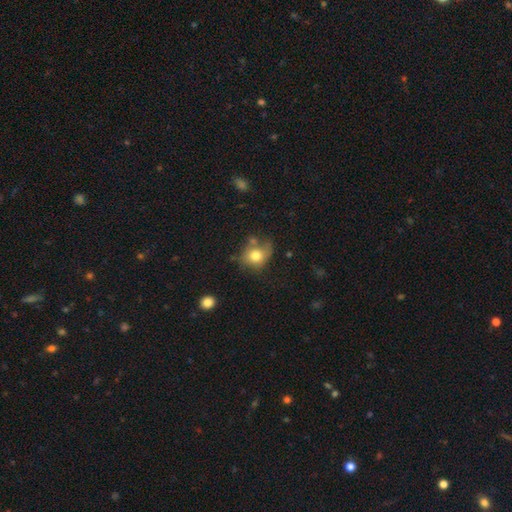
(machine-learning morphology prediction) type=smooth (75%); roundness=round (58%); merging=none (48%).